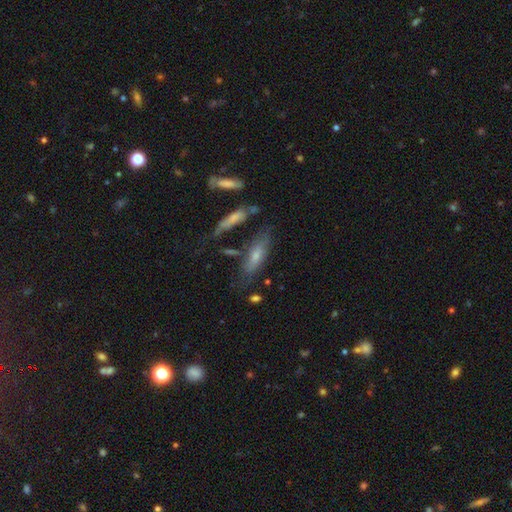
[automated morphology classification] Smooth or featured: smooth — 49% (featured or disk — 40%)
Merging: none — 61% (minor disturbance — 20%)